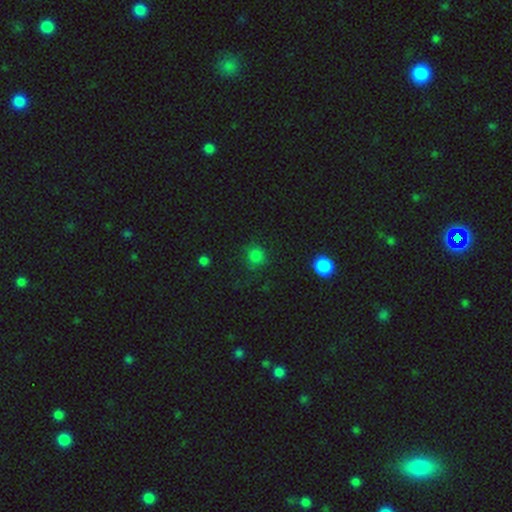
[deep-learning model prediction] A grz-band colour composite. It shows a smooth galaxy with no disk features (80%) that is round (89%). Merging: none (81%).